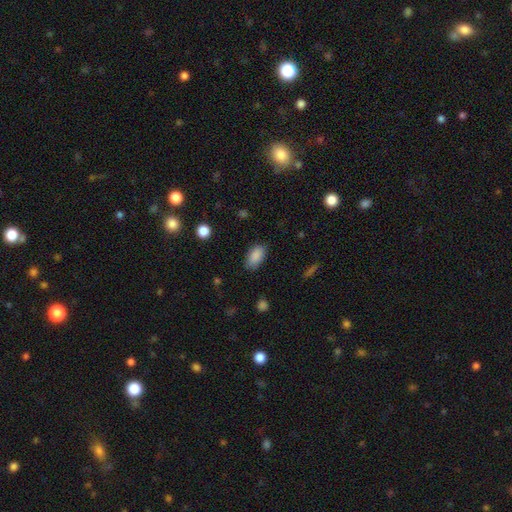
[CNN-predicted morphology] Overall: smooth (88%). How rounded: in between (92%). Merging: none (83%).